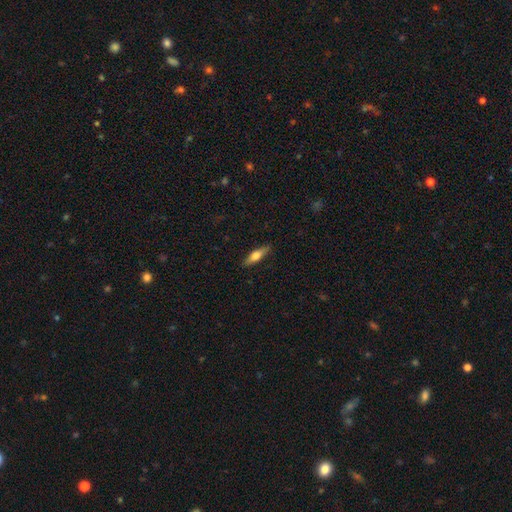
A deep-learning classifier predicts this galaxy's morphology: Smooth or featured: smooth — 59% (featured or disk — 34%)
How rounded: cigar-shaped — 62% (in between — 36%)
Merging: none — 86% (minor disturbance — 10%)